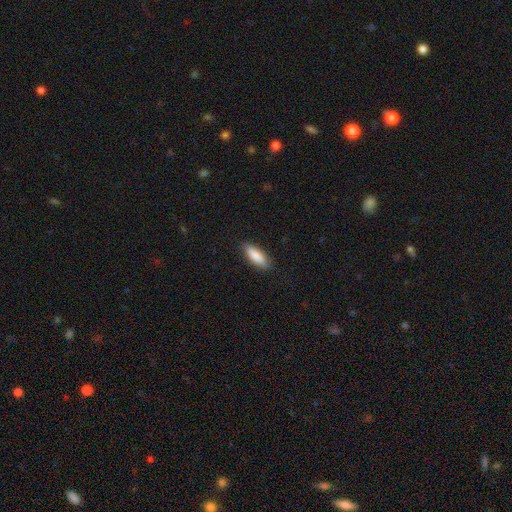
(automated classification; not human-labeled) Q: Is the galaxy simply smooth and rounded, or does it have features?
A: smooth — 87%.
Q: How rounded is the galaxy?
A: in between — 67%.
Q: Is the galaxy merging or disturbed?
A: none — 85%.